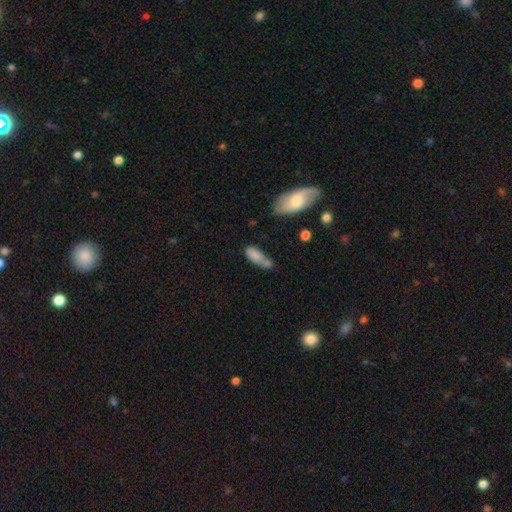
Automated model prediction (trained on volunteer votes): smooth-or-featured: smooth: 77% | featured or disk: 15% | star or artifact: 8%
  how-rounded: in between: 72% | cigar-shaped: 24% | round: 4%
  merging: merger: 31% | none: 30% | minor disturbance: 26% | major disturbance: 14%